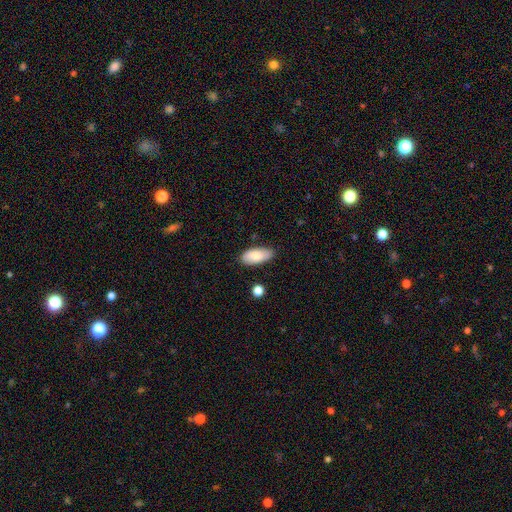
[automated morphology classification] smooth_or_featured: smooth (p=0.79) [alt: featured or disk p=0.15]
how_rounded: in between (p=0.90) [alt: cigar-shaped p=0.07]
merging: none (p=0.82) [alt: minor disturbance p=0.13]